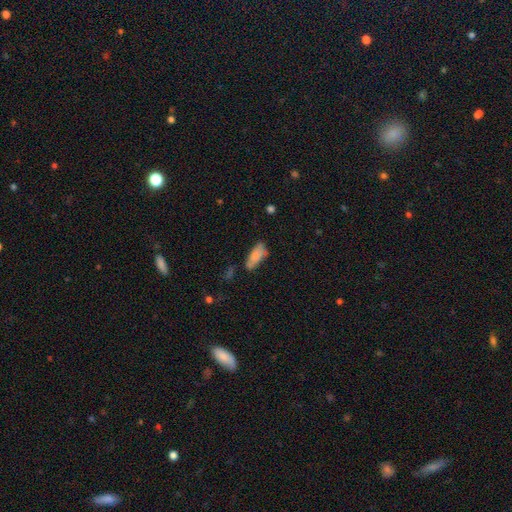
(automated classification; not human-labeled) Q: Smooth or featured?
A: smooth (78%); runner-up: featured or disk (14%)
Q: How rounded?
A: in between (78%); runner-up: cigar-shaped (20%)
Q: Merging?
A: none (51%); runner-up: minor disturbance (28%)